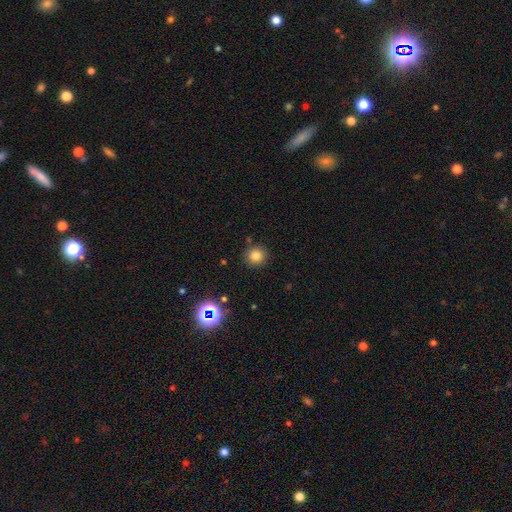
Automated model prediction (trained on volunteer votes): smooth-or-featured: smooth: 80% | star or artifact: 14% | featured or disk: 6%
  how-rounded: round: 92% | in between: 7% | cigar-shaped: 1%
  merging: none: 87% | minor disturbance: 8% | merger: 3% | major disturbance: 3%